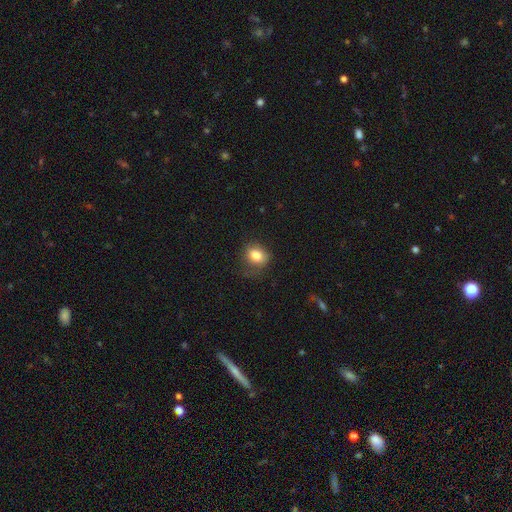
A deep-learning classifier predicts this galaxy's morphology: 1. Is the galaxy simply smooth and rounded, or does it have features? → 82% smooth, 10% star or artifact, 8% featured or disk.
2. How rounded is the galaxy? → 53% in between, 46% round, 1% cigar-shaped.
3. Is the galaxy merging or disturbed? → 69% none, 22% minor disturbance, 8% major disturbance, 1% merger.